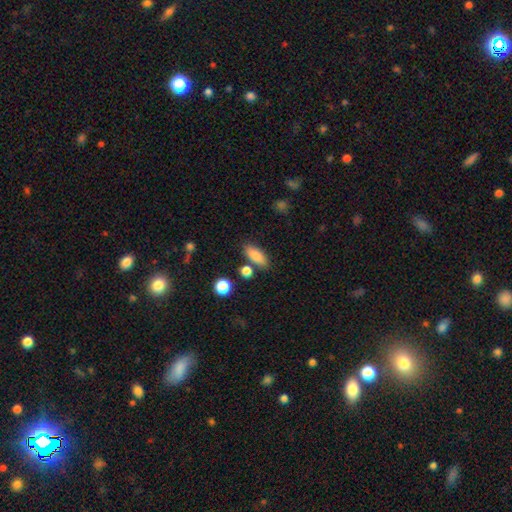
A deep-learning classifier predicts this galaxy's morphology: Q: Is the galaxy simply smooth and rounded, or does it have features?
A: smooth — 84%.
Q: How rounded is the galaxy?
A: in between — 77%.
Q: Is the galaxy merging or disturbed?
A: none — 78%.